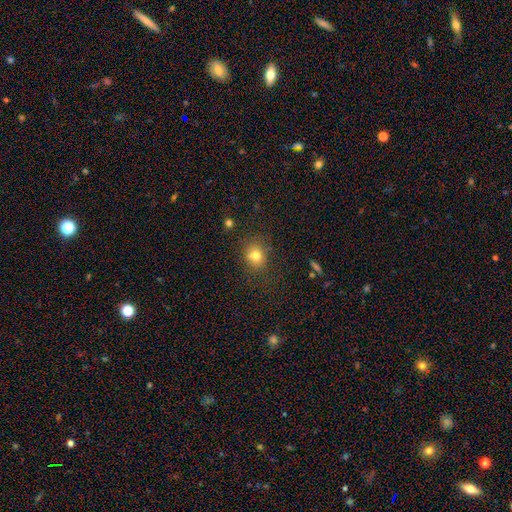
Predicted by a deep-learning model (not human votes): This is likely a smooth galaxy (75%). How rounded: likely round (72%). Merging: likely none (73%).